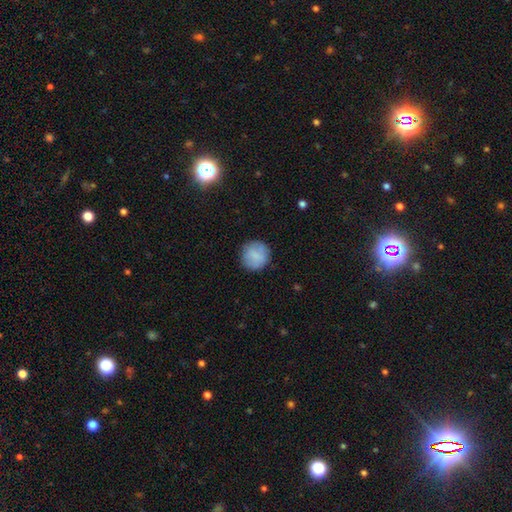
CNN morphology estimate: The model was most divided on "smooth or featured": smooth: 81%, featured or disk: 12%, star or artifact: 7%. More confident: how rounded — round (93%); merging — none (84%).